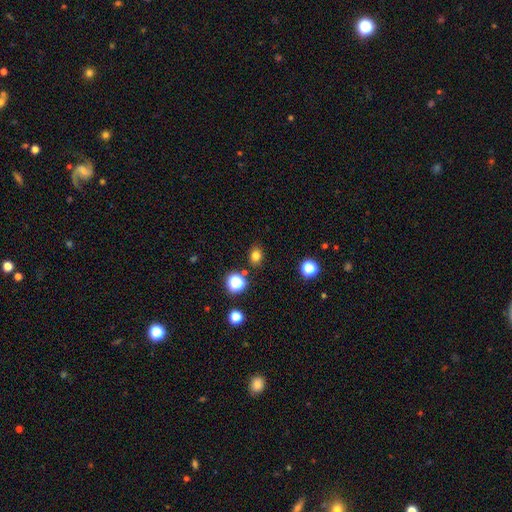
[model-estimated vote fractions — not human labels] Overall: smooth (78%). How rounded: round (55%; in between 44%). Merging: none (85%).